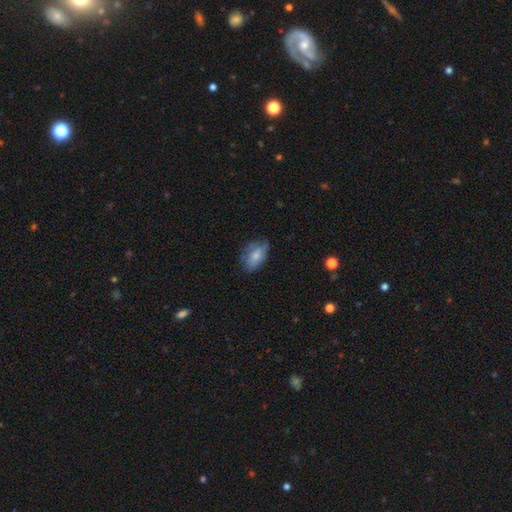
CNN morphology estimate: A smooth galaxy with no disk features (70%) that is in between round and cigar-shaped (89%).

Vote fractions:
- Smooth or featured? smooth: 70% / featured or disk: 23% / star or artifact: 7%
- How rounded? in between: 89% / round: 9% / cigar-shaped: 3%
- Merging? none: 60% / minor disturbance: 30% / major disturbance: 9% / merger: 2%